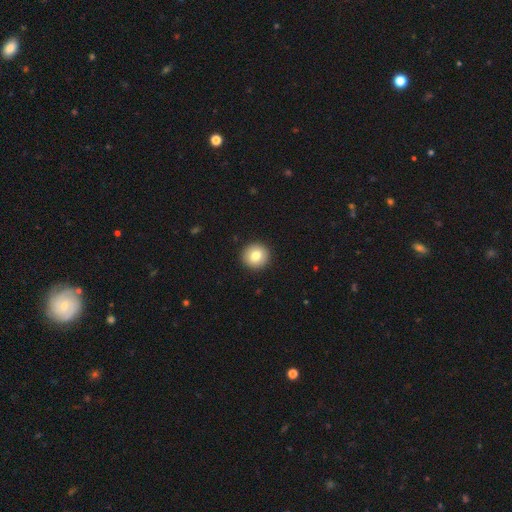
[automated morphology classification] A smooth galaxy with no disk features (80%) that is round (94%). Merging: none (93%).